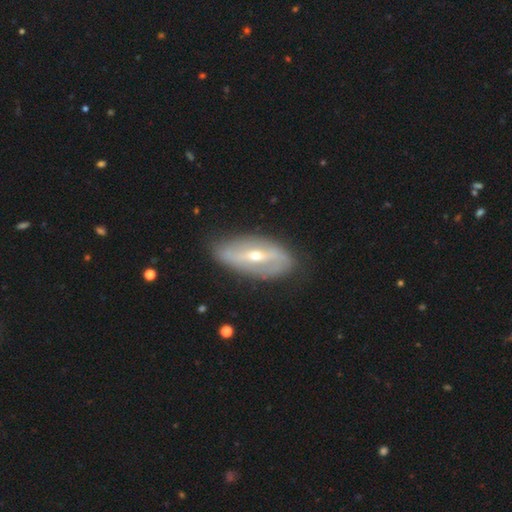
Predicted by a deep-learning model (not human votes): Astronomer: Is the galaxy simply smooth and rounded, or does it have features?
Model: featured or disk — 75%.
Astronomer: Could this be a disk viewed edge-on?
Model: no — 83%.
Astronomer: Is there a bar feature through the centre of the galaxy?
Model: strong — 56%.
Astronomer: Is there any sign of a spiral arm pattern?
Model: yes — 56% (runner-up: no, 44%).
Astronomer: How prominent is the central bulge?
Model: moderate — 49% (runner-up: small, 48%).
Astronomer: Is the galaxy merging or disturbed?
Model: none — 78%.